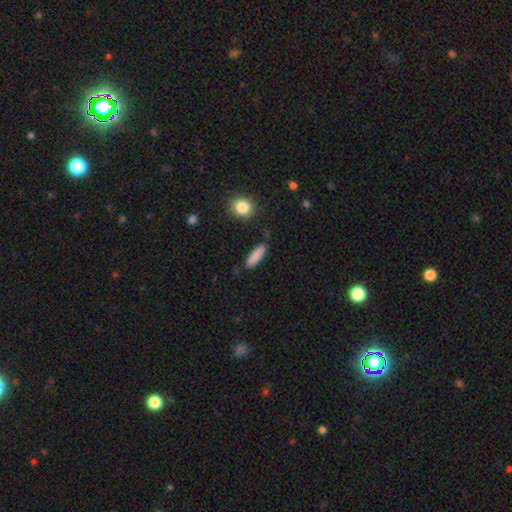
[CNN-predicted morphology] This appears to be a smooth galaxy with no disk features (86%) that is cigar-shaped (68%). Merging: none (83%).